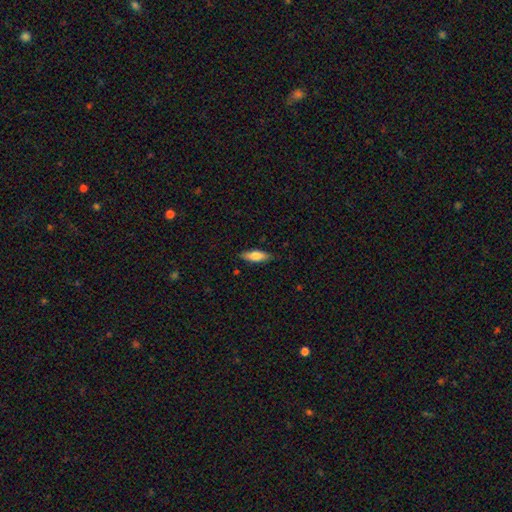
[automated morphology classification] smooth-or-featured: smooth: 76% | featured or disk: 18% | star or artifact: 6%
  how-rounded: in between: 56% | cigar-shaped: 42% | round: 2%
  merging: none: 85% | minor disturbance: 12% | major disturbance: 2% | merger: 1%